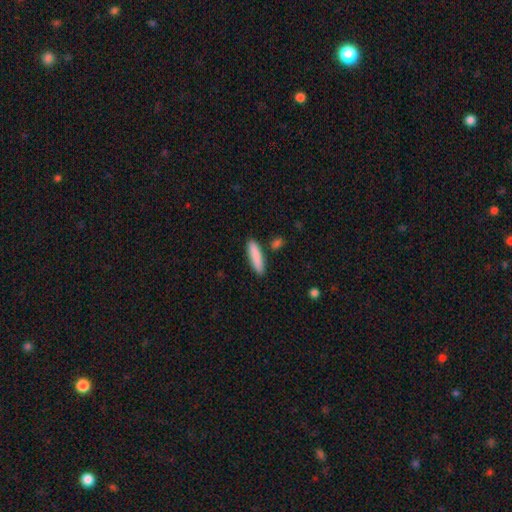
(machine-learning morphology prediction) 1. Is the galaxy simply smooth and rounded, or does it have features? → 86% smooth, 8% featured or disk, 6% star or artifact.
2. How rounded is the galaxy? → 75% cigar-shaped, 24% in between, 2% round.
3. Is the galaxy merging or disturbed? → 85% none, 9% minor disturbance, 4% merger, 2% major disturbance.